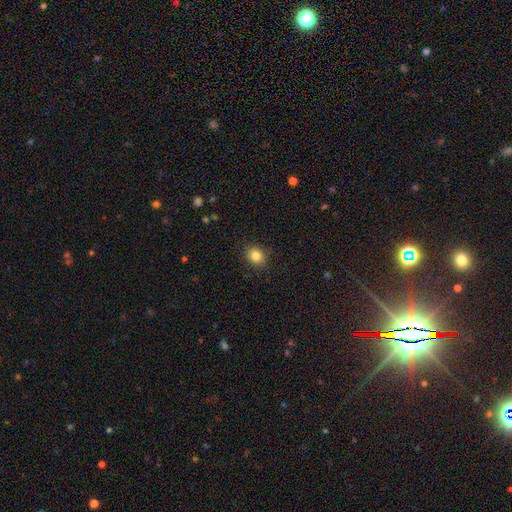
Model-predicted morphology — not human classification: smooth 83%, star or artifact 11%, featured or disk 6%. Down the decision tree: how rounded — round (62%); merging — none (88%).